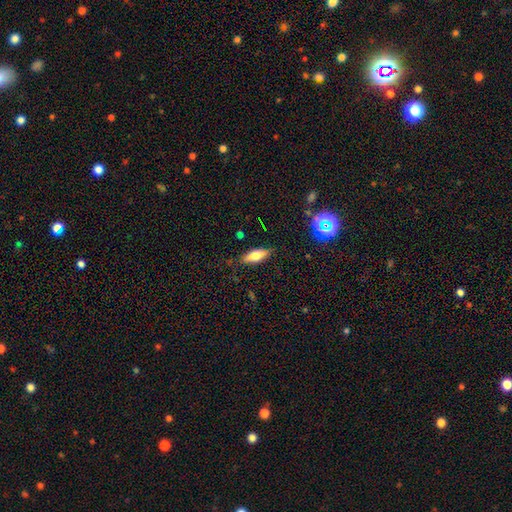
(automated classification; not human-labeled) This appears to be a smooth galaxy with no disk features (64%) that is in between round and cigar-shaped (60%). Merging: none (83%).